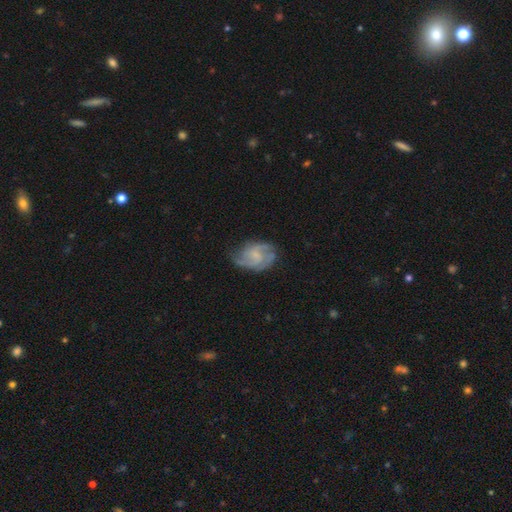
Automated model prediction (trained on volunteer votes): smooth-or-featured: featured or disk: 75% | smooth: 19% | star or artifact: 7%
  disk-edge-on: no: 98% | yes: 2%
    bar: no: 50% | weak: 43% | strong: 7%
    has-spiral-arms: yes: 92% | no: 8%
      spiral-winding: medium: 49% | tight: 29% | loose: 22%
      spiral-arm-count: 2: 47% | 3: 22% | can't tell: 19% | 1: 5% | 4: 4% | more than 4: 3%
    bulge-size: small: 52% | none: 26% | moderate: 19% | large: 2% | dominant: 1%
  merging: none: 58% | minor disturbance: 27% | major disturbance: 13% | merger: 2%